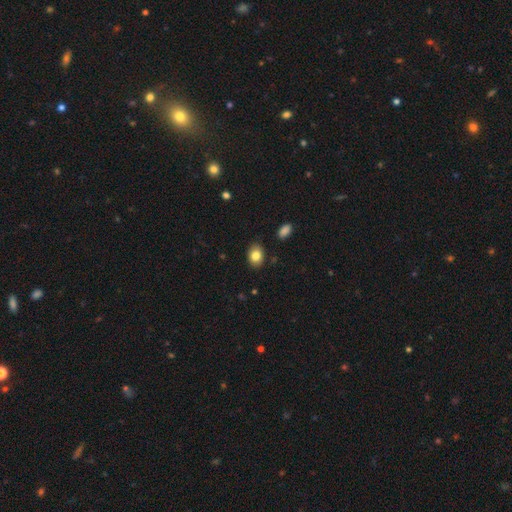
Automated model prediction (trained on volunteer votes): A smooth galaxy with no disk features (84%) that is in between round and cigar-shaped (75%). Merging: none (87%).